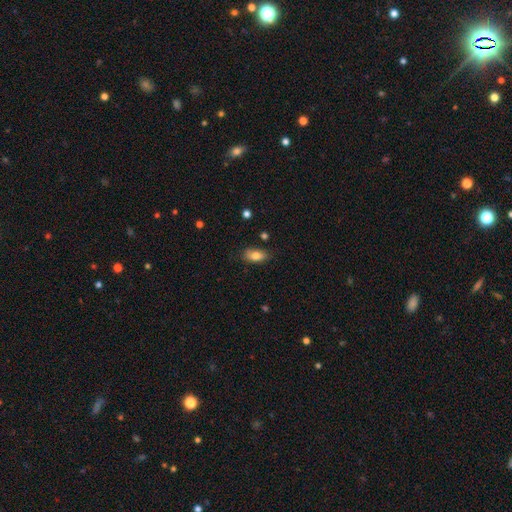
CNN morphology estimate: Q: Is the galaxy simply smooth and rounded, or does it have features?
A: smooth — 79%.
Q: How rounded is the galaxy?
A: in between — 88%.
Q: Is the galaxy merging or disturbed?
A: none — 74%.